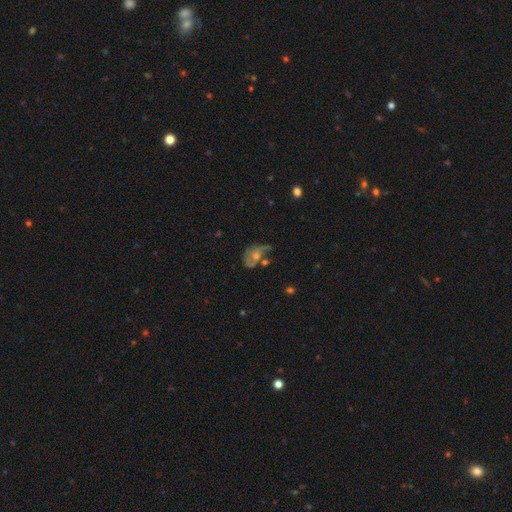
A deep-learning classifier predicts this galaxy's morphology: This is possibly a featured or disk galaxy (58%). It is clearly not viewed edge-on (96%). Bar: likely no (80%). Spiral arm pattern: likely yes (63%). Central bulge: possibly moderate (54%). Merging: marginally none (33%).